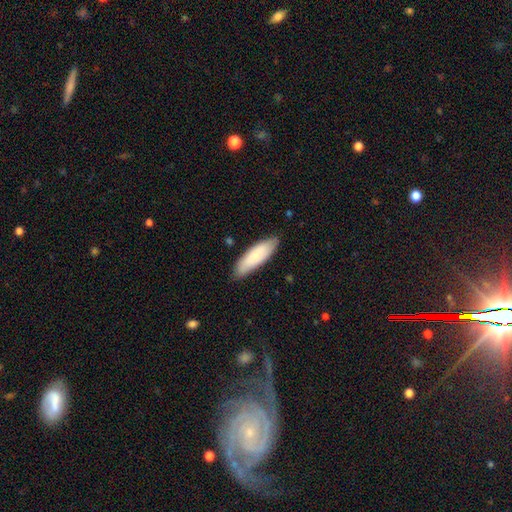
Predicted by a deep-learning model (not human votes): Smooth or featured: smooth — 82% (featured or disk — 13%)
How rounded: in between — 50% (cigar-shaped — 49%)
Merging: none — 84% (minor disturbance — 13%)